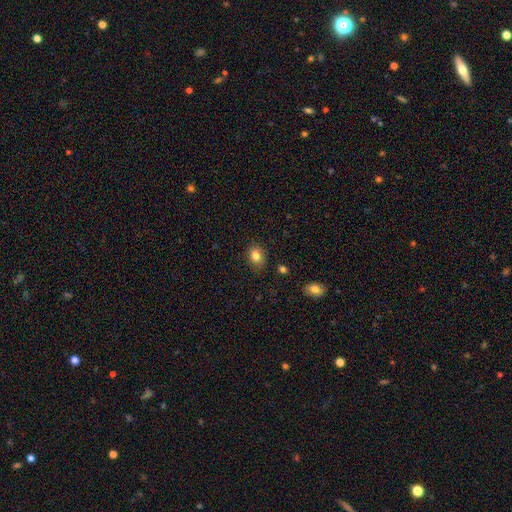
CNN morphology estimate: A smooth galaxy with no disk features (82%) that is in between round and cigar-shaped (58%).

Vote fractions:
- Smooth or featured? smooth: 82% / star or artifact: 10% / featured or disk: 8%
- How rounded? in between: 58% / round: 41% / cigar-shaped: 1%
- Merging? none: 84% / minor disturbance: 12% / major disturbance: 2% / merger: 2%